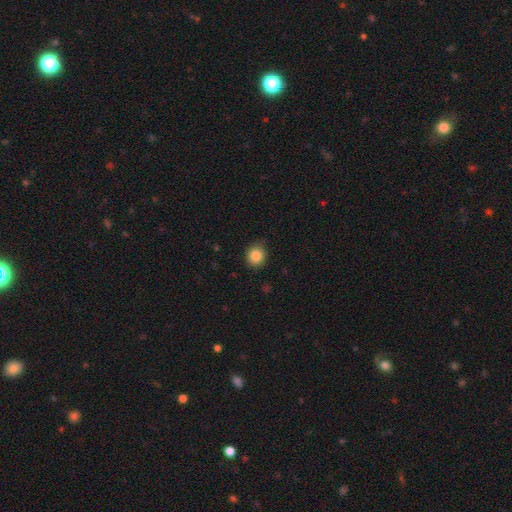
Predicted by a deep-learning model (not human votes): This appears to be a smooth galaxy with no disk features (86%) that is round (80%). Merging: none (85%).